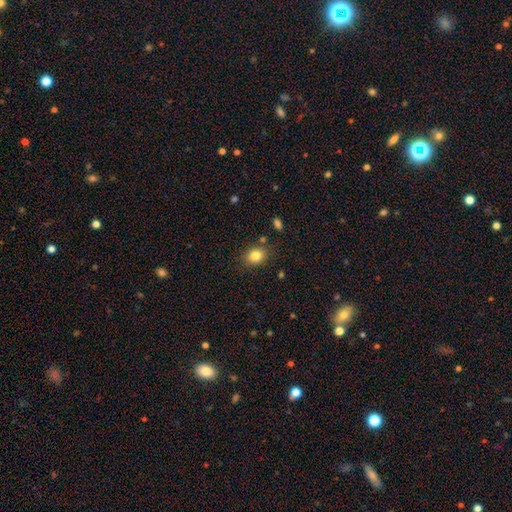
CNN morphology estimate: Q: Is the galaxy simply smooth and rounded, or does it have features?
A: smooth — 83%.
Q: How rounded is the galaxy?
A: round — 50%.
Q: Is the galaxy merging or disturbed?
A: none — 83%.